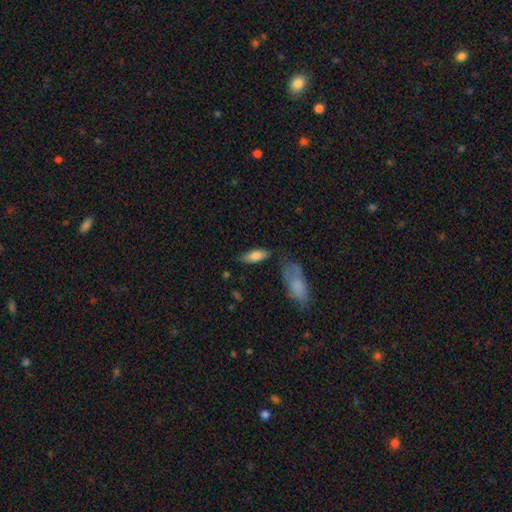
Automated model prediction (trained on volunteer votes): Q: Smooth or featured?
A: smooth (77%); runner-up: featured or disk (17%)
Q: How rounded?
A: in between (69%); runner-up: cigar-shaped (28%)
Q: Merging?
A: none (69%); runner-up: minor disturbance (19%)